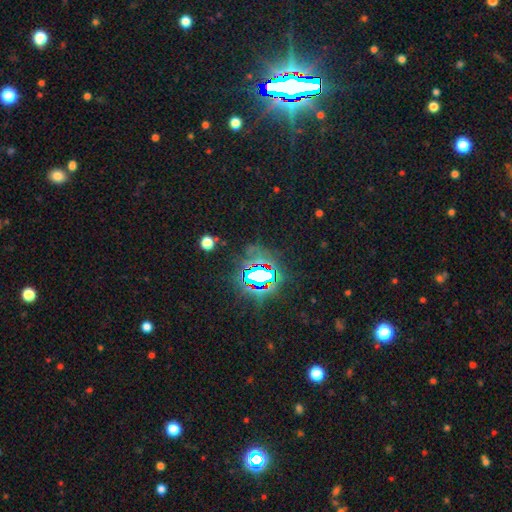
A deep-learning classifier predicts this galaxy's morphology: A star or artifact, not a galaxy (83%).